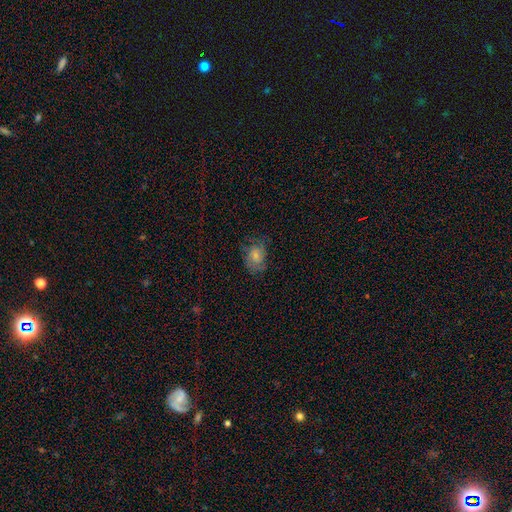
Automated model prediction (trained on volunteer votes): Q: Smooth or featured?
A: smooth (51%); runner-up: featured or disk (40%)
Q: How rounded?
A: in between (61%); runner-up: round (37%)
Q: Merging?
A: none (59%); runner-up: minor disturbance (25%)